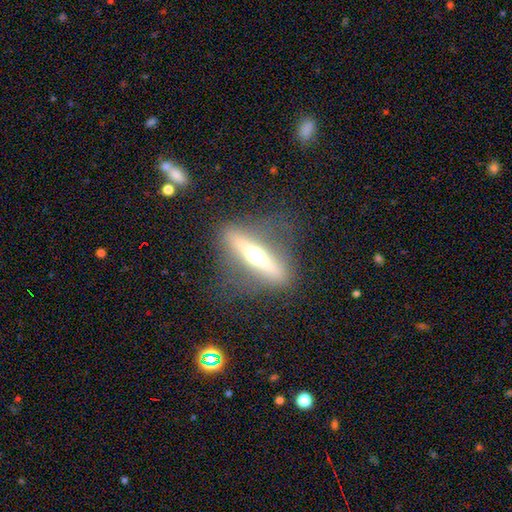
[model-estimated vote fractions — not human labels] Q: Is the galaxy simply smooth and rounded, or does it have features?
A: featured or disk — 72%.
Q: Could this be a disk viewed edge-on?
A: yes — 87%.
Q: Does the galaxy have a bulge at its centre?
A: rounded — 95%.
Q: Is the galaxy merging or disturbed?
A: none — 80%.